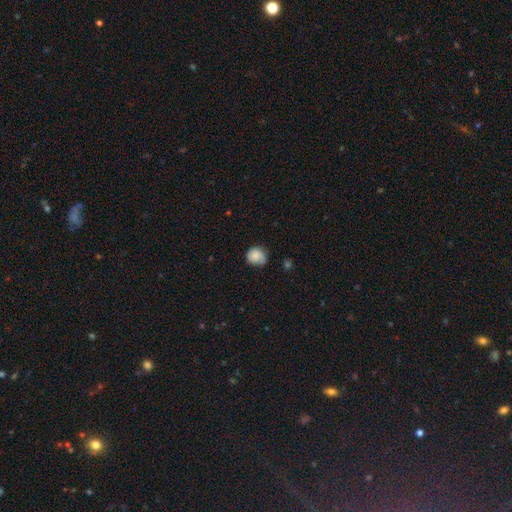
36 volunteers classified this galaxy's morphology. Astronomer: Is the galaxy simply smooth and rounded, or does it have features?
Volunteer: smooth — 81%.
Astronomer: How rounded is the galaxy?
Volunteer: round — 83%.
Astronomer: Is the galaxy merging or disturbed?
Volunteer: none — 56% (runner-up: minor disturbance, 39%).